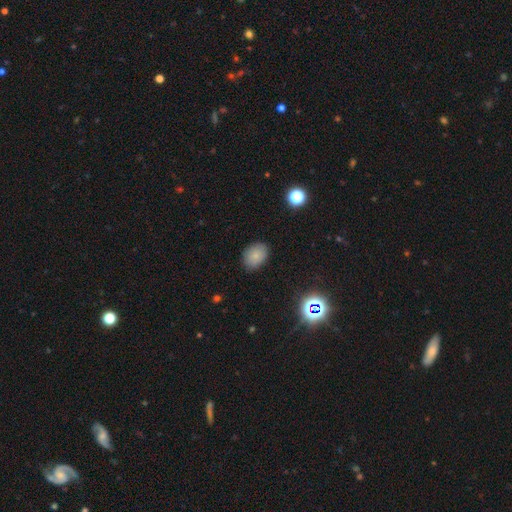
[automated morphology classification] Smooth or featured? smooth (79%)
How rounded? in between (72%)
Merging? none (85%)